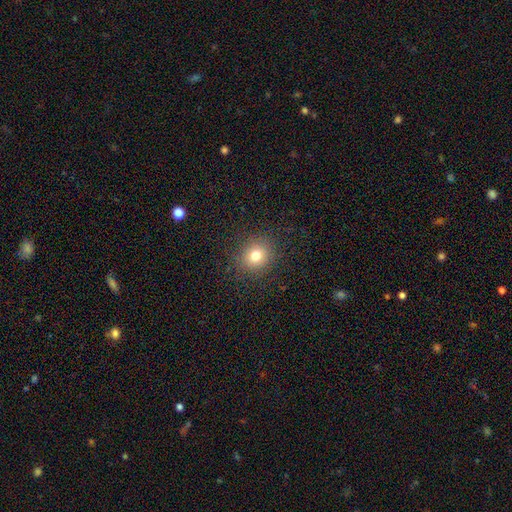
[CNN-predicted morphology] Smooth or featured: smooth — 77% (star or artifact — 15%)
How rounded: round — 82% (in between — 17%)
Merging: none — 88% (minor disturbance — 8%)